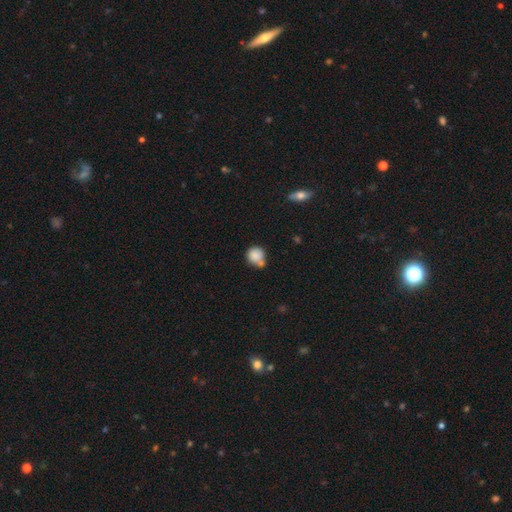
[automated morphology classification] This is clearly a smooth galaxy (85%). How rounded: clearly round (88%). Merging: possibly none (54%).